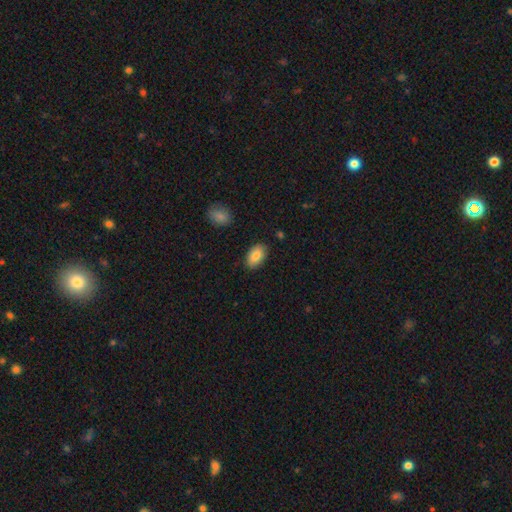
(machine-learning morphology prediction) Smooth or featured?
  - smooth: 85% *
  - featured or disk: 8%
  - star or artifact: 7%
How rounded?
  - in between: 93% *
  - round: 5%
  - cigar-shaped: 2%
Merging?
  - none: 86% *
  - minor disturbance: 10%
  - major disturbance: 2%
  - merger: 2%